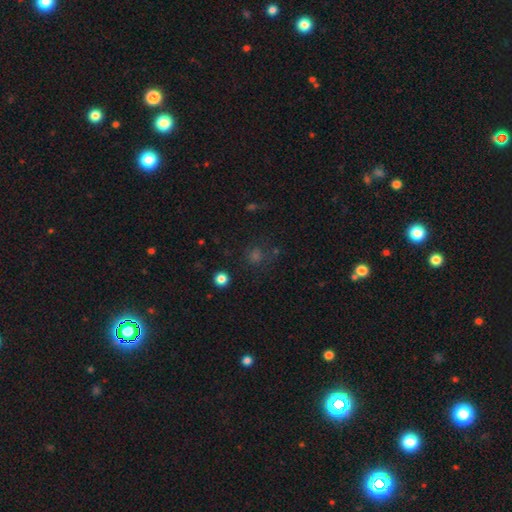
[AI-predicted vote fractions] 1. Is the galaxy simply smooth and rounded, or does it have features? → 53% smooth, 38% star or artifact, 9% featured or disk.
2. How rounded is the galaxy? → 89% round, 10% in between, 1% cigar-shaped.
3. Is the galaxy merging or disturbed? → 78% none, 11% minor disturbance, 7% major disturbance, 5% merger.